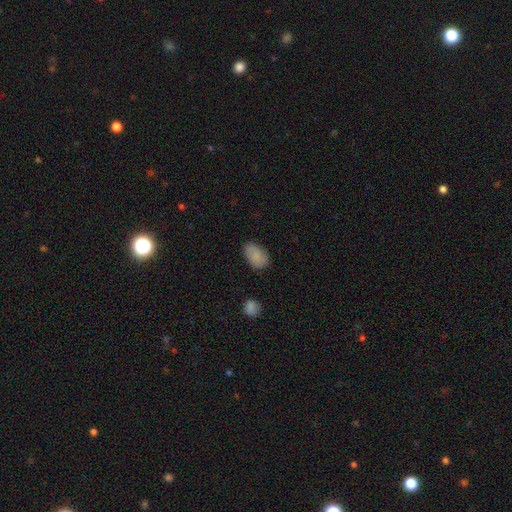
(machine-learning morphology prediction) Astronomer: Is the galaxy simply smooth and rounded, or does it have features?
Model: smooth — 83%.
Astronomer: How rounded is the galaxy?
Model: in between — 90%.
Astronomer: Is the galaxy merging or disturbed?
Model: none — 77%.